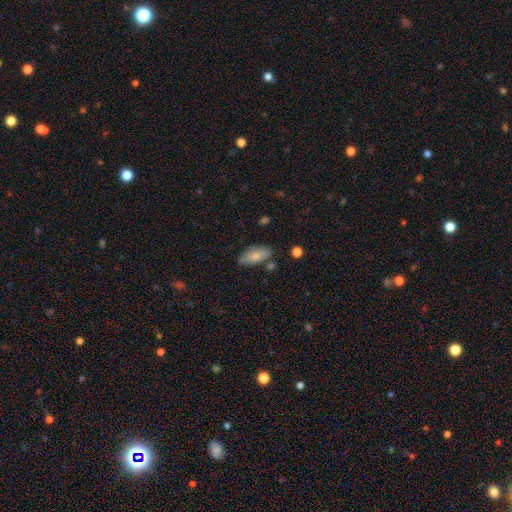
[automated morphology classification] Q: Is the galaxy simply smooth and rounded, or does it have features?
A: smooth — 79%.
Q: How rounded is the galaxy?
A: in between — 88%.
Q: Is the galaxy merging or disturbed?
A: none — 71%.